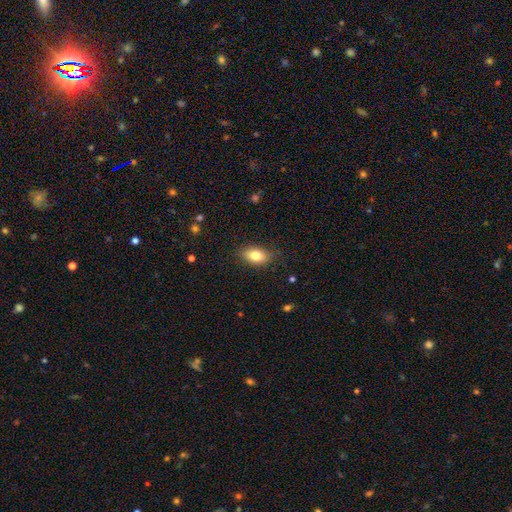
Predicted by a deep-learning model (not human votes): Morphology: type=smooth (79%); roundness=in between (85%); merging=none (81%).